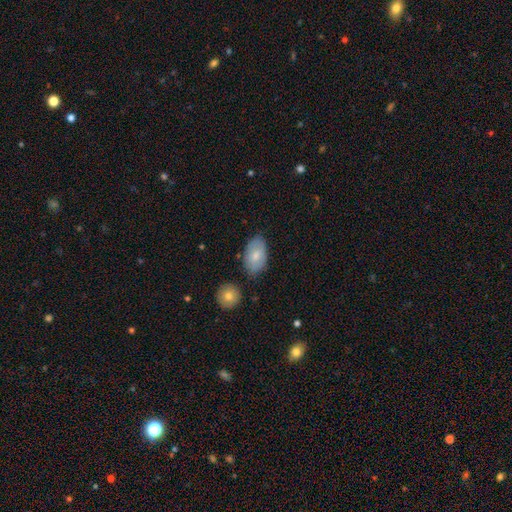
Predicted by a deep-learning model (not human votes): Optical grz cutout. It shows a smooth galaxy with no disk features (73%) that is in between round and cigar-shaped (93%). Merging: none (69%).